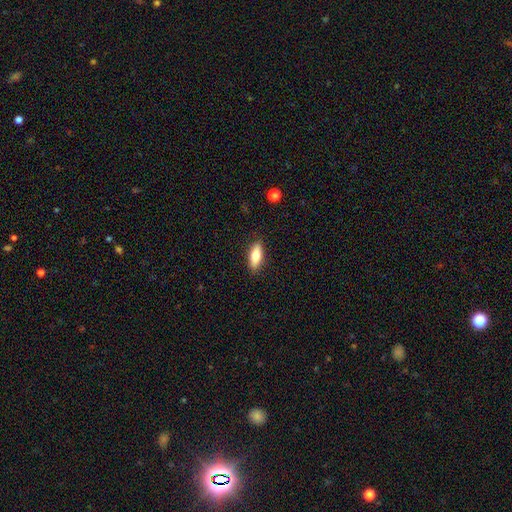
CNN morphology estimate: A smooth galaxy with no disk features (73%) that is in between round and cigar-shaped (69%).

Vote fractions:
- Smooth or featured? smooth: 73% / featured or disk: 20% / star or artifact: 6%
- How rounded? in between: 69% / cigar-shaped: 29% / round: 3%
- Merging? none: 88% / minor disturbance: 9% / major disturbance: 2% / merger: 1%